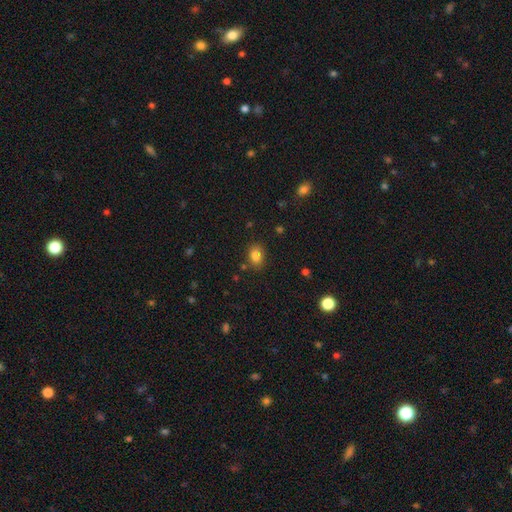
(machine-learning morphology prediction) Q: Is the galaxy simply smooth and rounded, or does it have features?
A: smooth — 82%.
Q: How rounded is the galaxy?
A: in between — 64%.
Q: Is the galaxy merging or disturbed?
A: none — 80%.